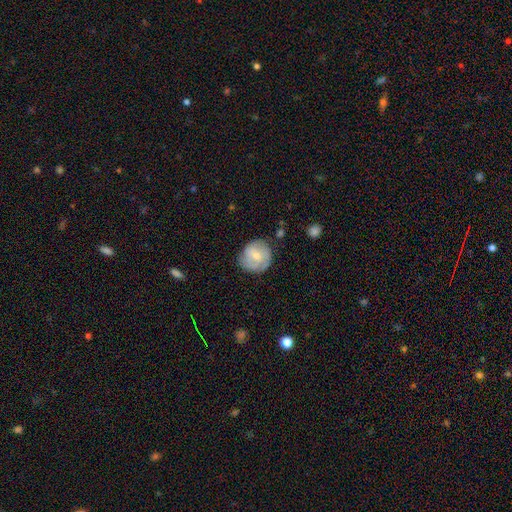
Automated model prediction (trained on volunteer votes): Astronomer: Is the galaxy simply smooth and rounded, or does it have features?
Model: featured or disk — 54% (runner-up: smooth, 39%).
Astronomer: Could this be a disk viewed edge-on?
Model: no — 97%.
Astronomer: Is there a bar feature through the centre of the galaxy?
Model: no — 55% (runner-up: weak, 39%).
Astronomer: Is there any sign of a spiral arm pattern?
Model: yes — 82%.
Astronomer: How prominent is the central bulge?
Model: small — 55% (runner-up: moderate, 39%).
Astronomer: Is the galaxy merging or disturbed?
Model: none — 72%.